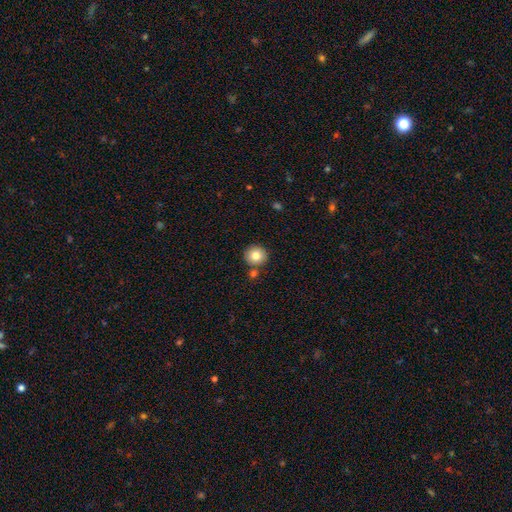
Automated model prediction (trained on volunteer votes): Morphology: type=smooth (81%); roundness=round (92%); merging=none (79%).